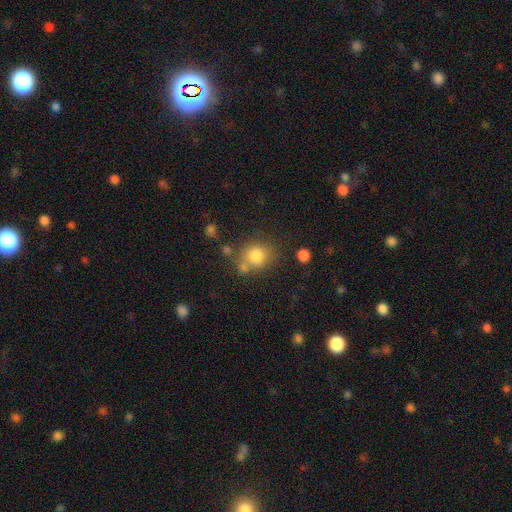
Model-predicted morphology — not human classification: A smooth galaxy with no disk features (80%) that is round (73%). Merging: none (61%).